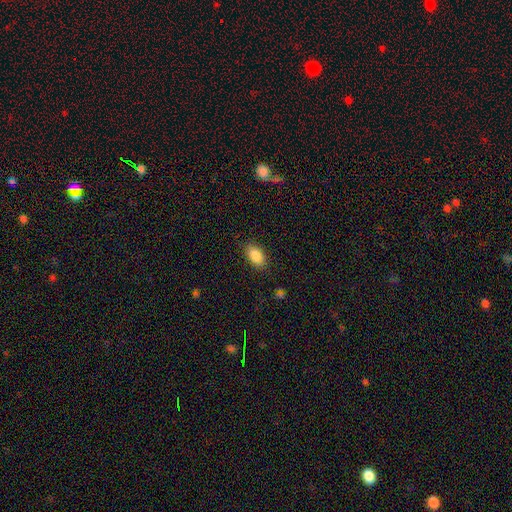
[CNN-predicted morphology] smooth_or_featured: smooth (p=0.87) [alt: star or artifact p=0.08]
how_rounded: in between (p=0.91) [alt: round p=0.06]
merging: none (p=0.86) [alt: minor disturbance p=0.10]